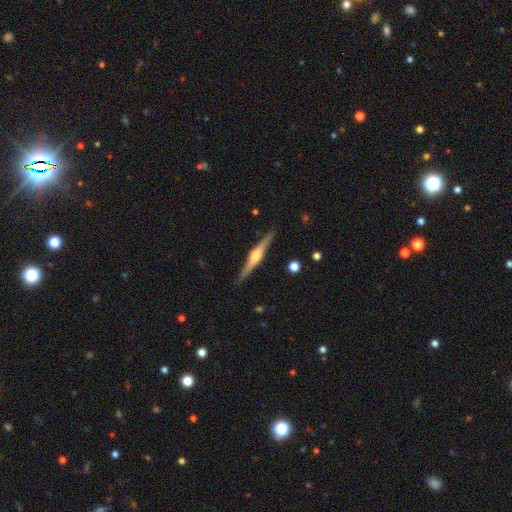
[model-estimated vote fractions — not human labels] The model was most divided on "smooth or featured": featured or disk: 80%, smooth: 15%, star or artifact: 5%. More confident: edge-on disk — yes (98%); edge-on bulge — rounded (91%); merging — none (91%).